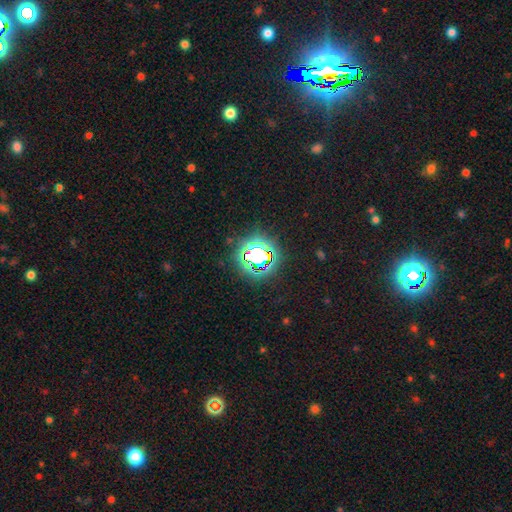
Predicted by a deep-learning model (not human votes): The model was most divided on "smooth or featured": star or artifact: 68%, smooth: 22%, featured or disk: 11%.